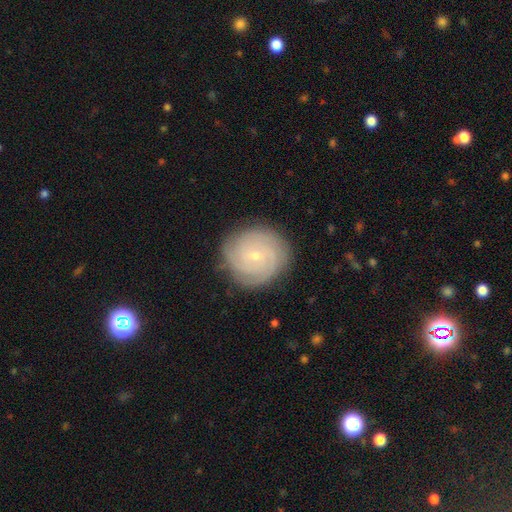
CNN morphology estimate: This is likely a featured or disk galaxy (76%). It is clearly not viewed edge-on (98%). Bar: likely no (69%). Spiral arm pattern: clearly yes (95%). Spiral arm count: marginally can't tell (29%). Spiral winding: likely tight (79%). Central bulge: clearly small (82%). Merging: clearly none (84%).